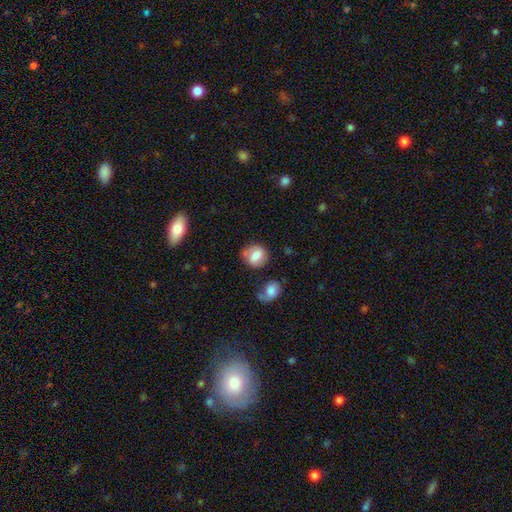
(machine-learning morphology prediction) This is likely a smooth galaxy (73%). How rounded: likely round (67%). Merging: likely none (65%).